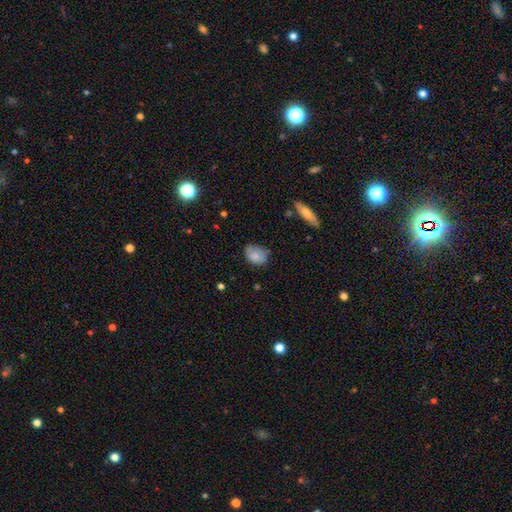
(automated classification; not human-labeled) Smooth or featured? Predicted: smooth (p=0.79). How rounded? Predicted: in between (p=0.67). Merging? Predicted: none (p=0.60).